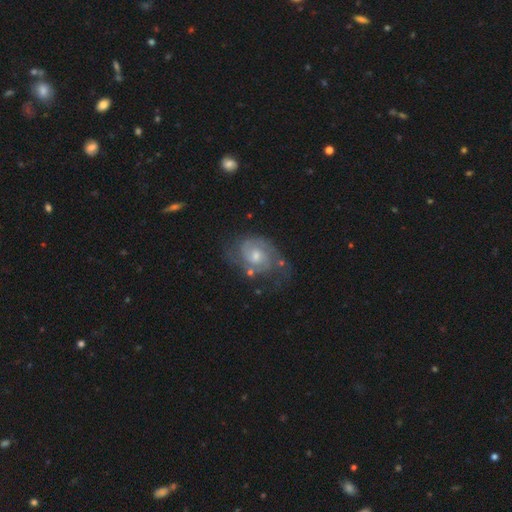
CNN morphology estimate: This is clearly a featured or disk galaxy (85%). It is clearly not viewed edge-on (97%). Bar: likely no (61%). Spiral arm pattern: clearly yes (96%). Spiral arm count: likely 2 (76%). Spiral winding: possibly tight (50%). Central bulge: possibly moderate (52%). Merging: likely none (65%).